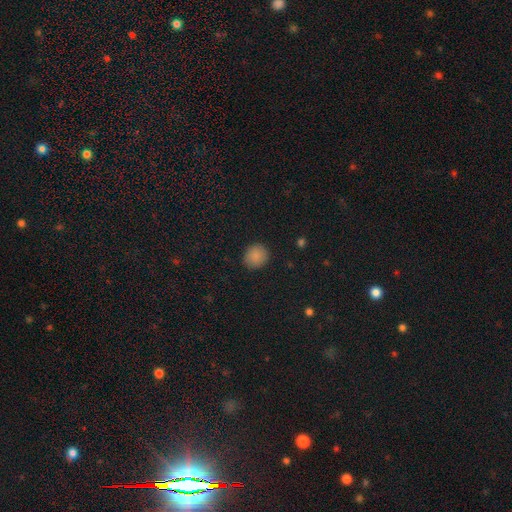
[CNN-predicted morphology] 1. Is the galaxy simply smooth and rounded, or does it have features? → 87% smooth, 10% star or artifact, 4% featured or disk.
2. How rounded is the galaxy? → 85% round, 14% in between, 1% cigar-shaped.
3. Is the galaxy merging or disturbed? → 90% none, 7% minor disturbance, 2% major disturbance, 1% merger.